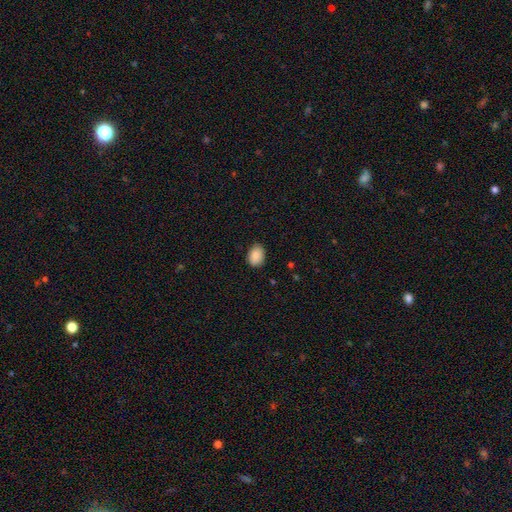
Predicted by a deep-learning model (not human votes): Smooth or featured?
  - smooth: 89% *
  - star or artifact: 7%
  - featured or disk: 4%
How rounded?
  - in between: 78% *
  - round: 21%
  - cigar-shaped: 1%
Merging?
  - none: 85% *
  - minor disturbance: 11%
  - major disturbance: 2%
  - merger: 1%